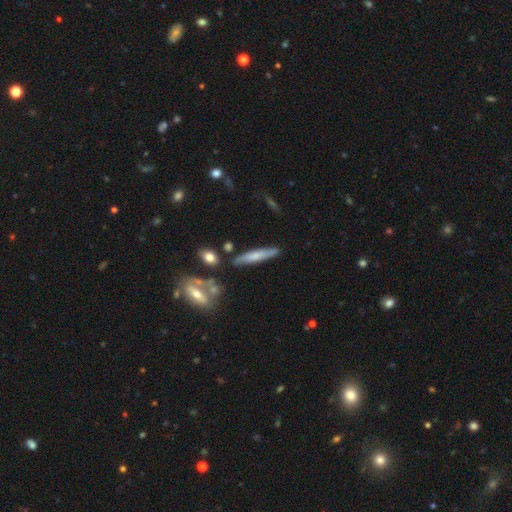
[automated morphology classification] The model was most divided on "smooth or featured": smooth: 55%, featured or disk: 38%, star or artifact: 7%. More confident: how rounded — cigar-shaped (88%); merging — none (77%).